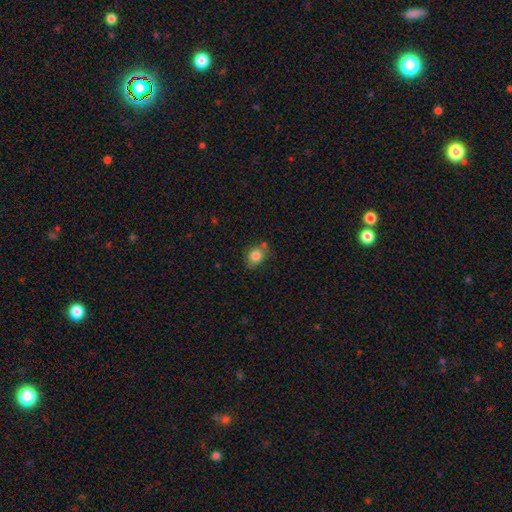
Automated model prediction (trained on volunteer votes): smooth_or_featured: smooth (p=0.82) [alt: star or artifact p=0.09]
how_rounded: in between (p=0.50) [alt: round p=0.49]
merging: none (p=0.62) [alt: minor disturbance p=0.22]